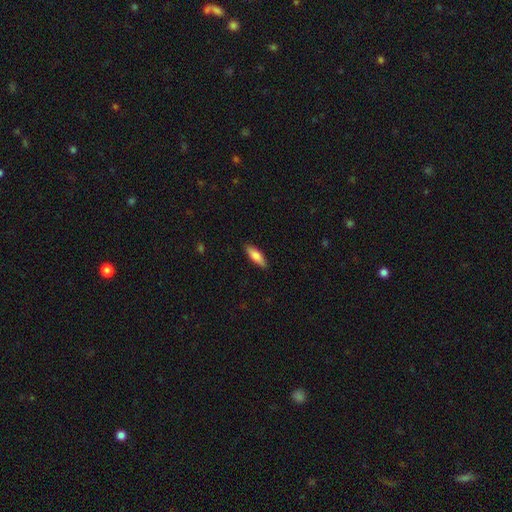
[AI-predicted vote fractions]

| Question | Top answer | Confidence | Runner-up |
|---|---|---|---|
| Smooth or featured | smooth | 77% | featured or disk (18%) |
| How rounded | in between | 50% | cigar-shaped (48%) |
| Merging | none | 88% | minor disturbance (9%) |